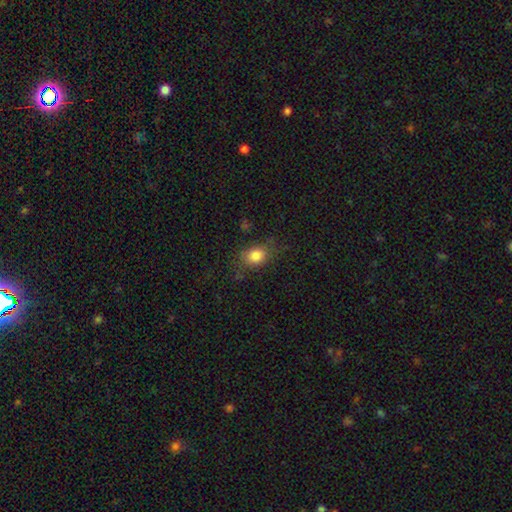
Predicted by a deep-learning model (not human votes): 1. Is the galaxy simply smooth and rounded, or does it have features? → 81% smooth, 10% star or artifact, 9% featured or disk.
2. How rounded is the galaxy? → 61% in between, 38% round, 2% cigar-shaped.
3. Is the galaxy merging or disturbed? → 70% none, 20% minor disturbance, 8% major disturbance, 2% merger.